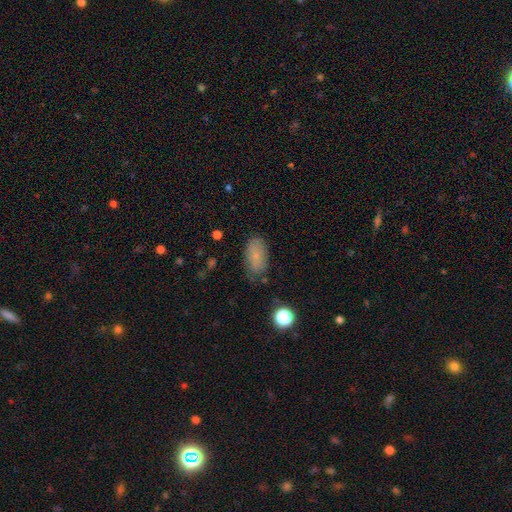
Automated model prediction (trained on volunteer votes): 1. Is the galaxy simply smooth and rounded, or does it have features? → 76% smooth, 15% featured or disk, 10% star or artifact.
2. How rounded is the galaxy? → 91% in between, 5% round, 4% cigar-shaped.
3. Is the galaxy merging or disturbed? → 67% none, 24% minor disturbance, 7% major disturbance, 2% merger.